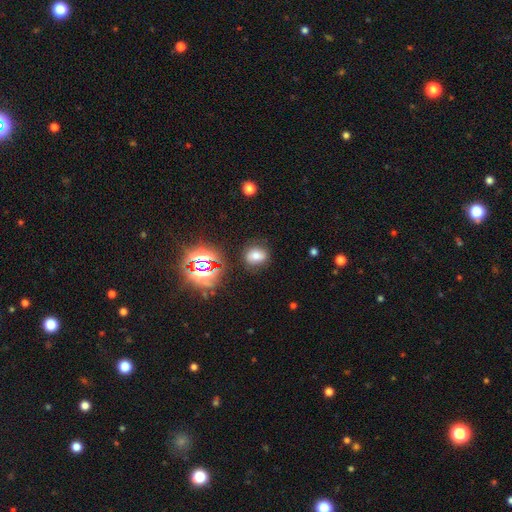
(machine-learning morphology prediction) This appears to be a smooth galaxy with no disk features (63%) that is in between round and cigar-shaped (53%). Merging: none (81%).